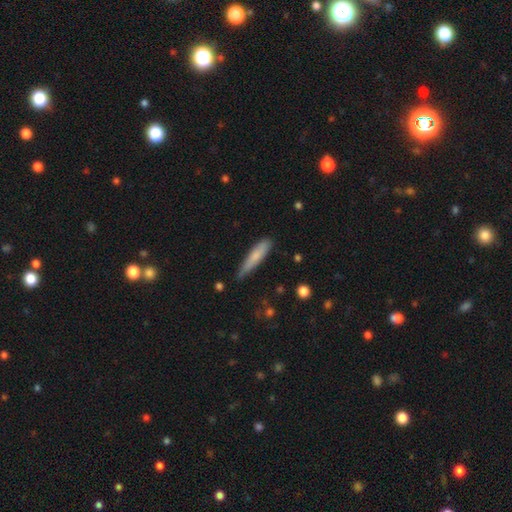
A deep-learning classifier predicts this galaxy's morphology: smooth 73%, featured or disk 21%, star or artifact 6%. Down the decision tree: how rounded — cigar-shaped (85%); merging — none (68%).